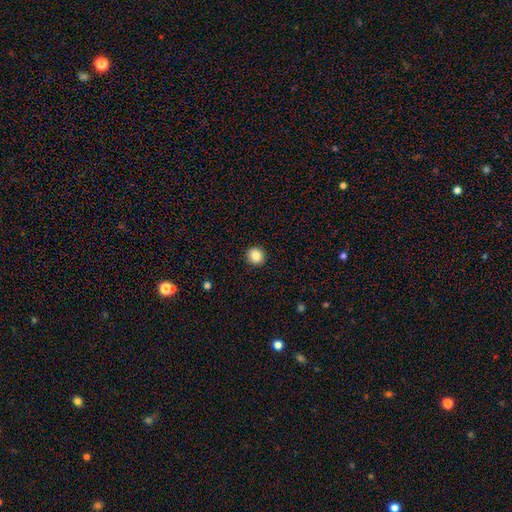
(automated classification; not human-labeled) A smooth galaxy with no disk features (87%) that is round (84%).

Vote fractions:
- Smooth or featured? smooth: 87% / star or artifact: 9% / featured or disk: 4%
- How rounded? round: 84% / in between: 15% / cigar-shaped: 1%
- Merging? none: 91% / minor disturbance: 6% / major disturbance: 2% / merger: 1%